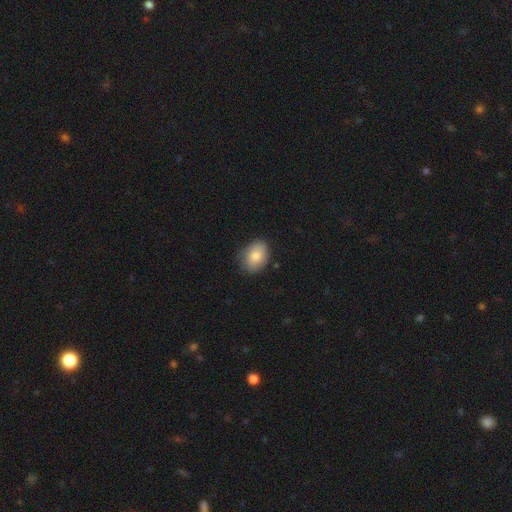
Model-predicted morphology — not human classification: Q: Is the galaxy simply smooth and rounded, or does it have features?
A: smooth — 82%.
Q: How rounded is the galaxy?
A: in between — 71%.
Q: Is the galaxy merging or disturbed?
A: none — 76%.